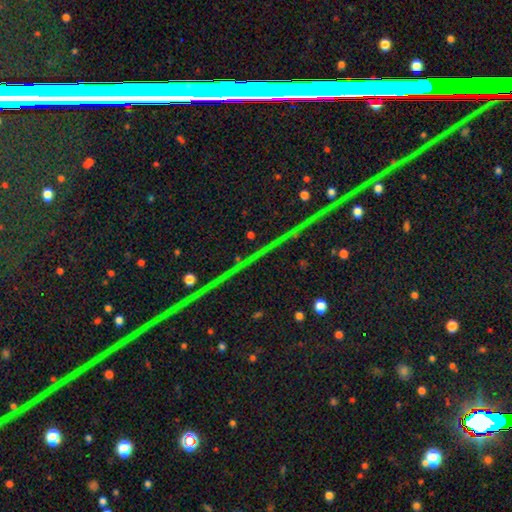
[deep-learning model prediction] A star or artifact, not a galaxy (82%).

Vote fractions:
- Smooth or featured? star or artifact: 82% / featured or disk: 10% / smooth: 7%